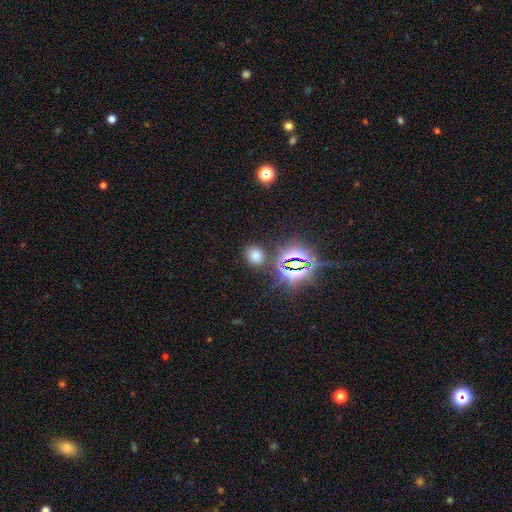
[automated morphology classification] Q: Smooth or featured?
A: smooth (62%); runner-up: star or artifact (31%)
Q: How rounded?
A: round (69%); runner-up: in between (30%)
Q: Merging?
A: none (81%); runner-up: minor disturbance (10%)